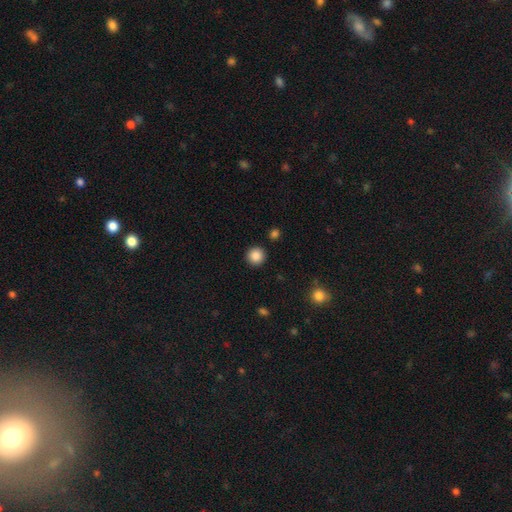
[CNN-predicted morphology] Q: Smooth or featured?
A: smooth (87%); runner-up: star or artifact (10%)
Q: How rounded?
A: round (94%); runner-up: in between (5%)
Q: Merging?
A: none (92%); runner-up: minor disturbance (5%)